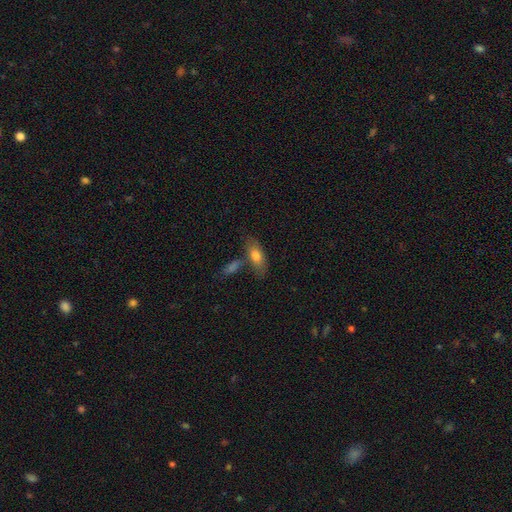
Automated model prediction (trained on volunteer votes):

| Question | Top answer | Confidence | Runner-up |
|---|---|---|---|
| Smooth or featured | smooth | 75% | featured or disk (18%) |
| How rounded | in between | 79% | cigar-shaped (17%) |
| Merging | none | 57% | merger (24%) |